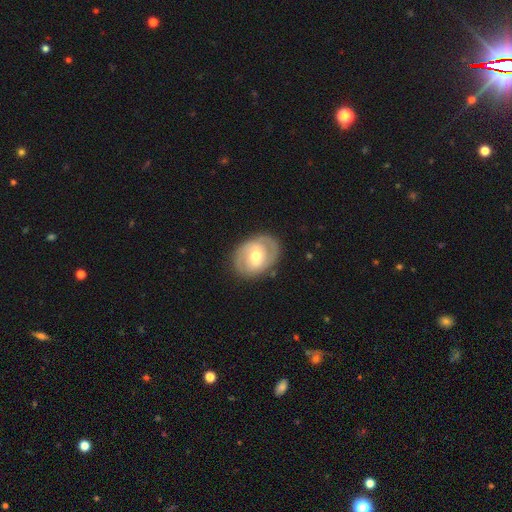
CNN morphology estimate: A featured or disk galaxy (68%) with a weak bar (46%), spiral arms (72%) and a moderate central bulge (69%). Merging: none (81%).